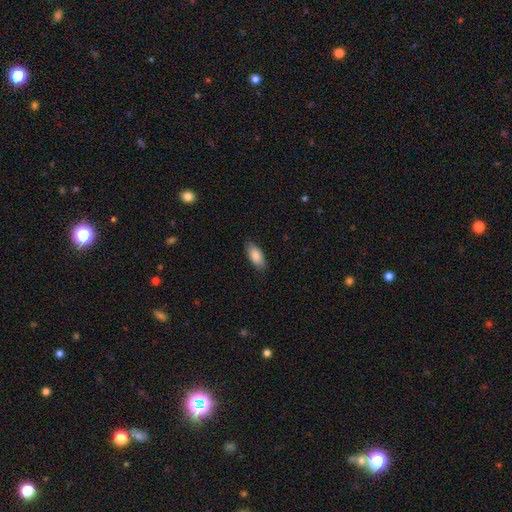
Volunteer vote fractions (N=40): A smooth galaxy with no disk features (95%) that is in between round and cigar-shaped (92%). Merging: none (90%).